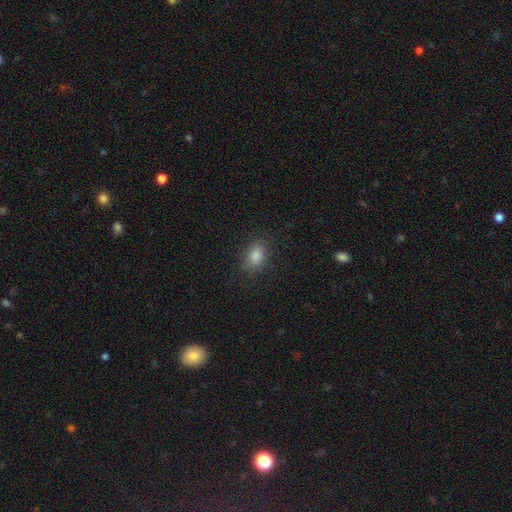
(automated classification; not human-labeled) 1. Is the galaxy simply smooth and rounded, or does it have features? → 83% smooth, 11% star or artifact, 5% featured or disk.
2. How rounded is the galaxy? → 68% in between, 31% round, 1% cigar-shaped.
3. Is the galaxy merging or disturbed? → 85% none, 11% minor disturbance, 3% major disturbance, 1% merger.